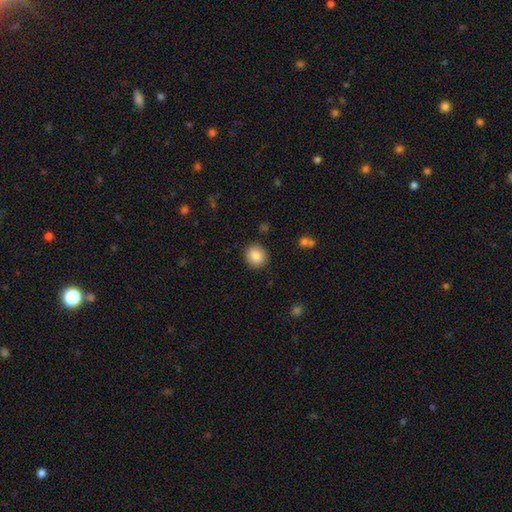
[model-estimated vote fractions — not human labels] A smooth galaxy with no disk features (85%) that is round (89%). Merging: none (90%).